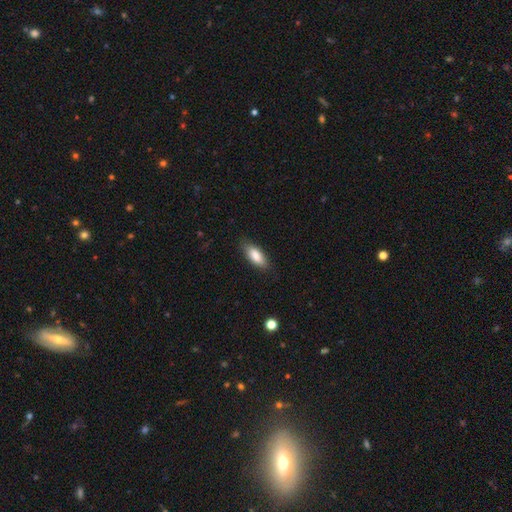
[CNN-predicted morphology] type=smooth (84%); roundness=in between (77%); merging=none (82%).